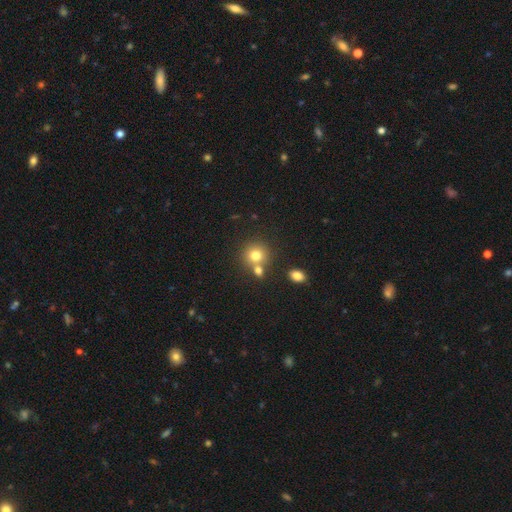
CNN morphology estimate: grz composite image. It shows a smooth galaxy with no disk features (77%) that is round (87%). Merging: none (60%).